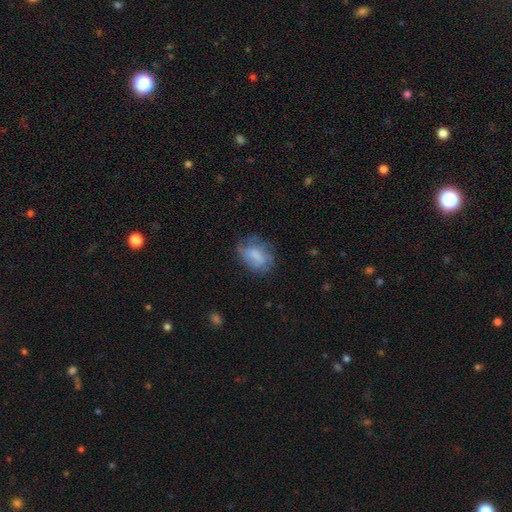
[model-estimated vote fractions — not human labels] A smooth galaxy with no disk features (61%) that is in between round and cigar-shaped (76%). Merging: none (56%).